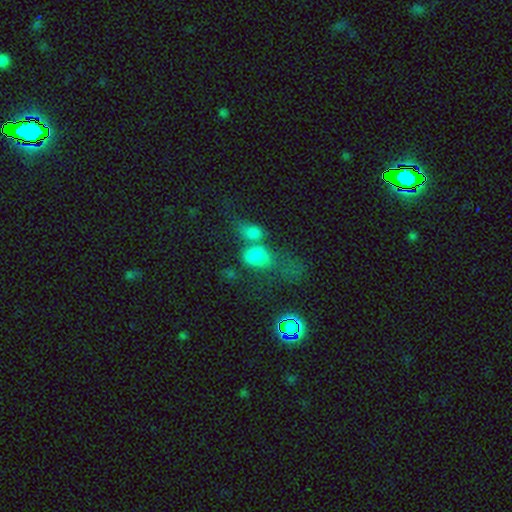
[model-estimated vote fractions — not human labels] Smooth or featured? Predicted: smooth (p=0.73). How rounded? Predicted: in between (p=0.79). Merging? Predicted: merger (p=0.51).